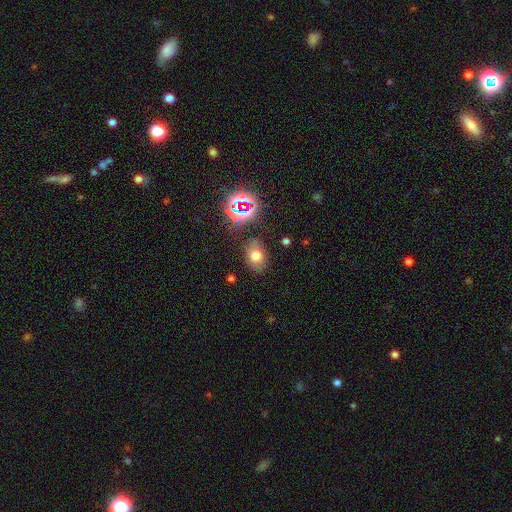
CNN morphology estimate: The model was most divided on "smooth or featured": smooth: 66%, star or artifact: 18%, featured or disk: 16%. More confident: merging — none (79%); how rounded — in between (78%).